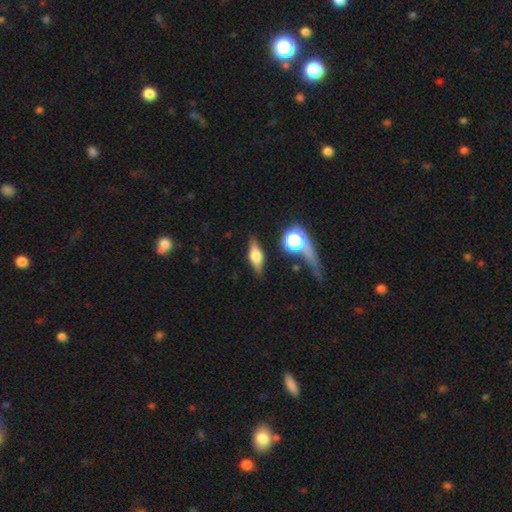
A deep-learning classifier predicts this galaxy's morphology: Overall: featured or disk (54%; smooth 36%). Edge-on disk: yes (91%). Merging: none (80%).